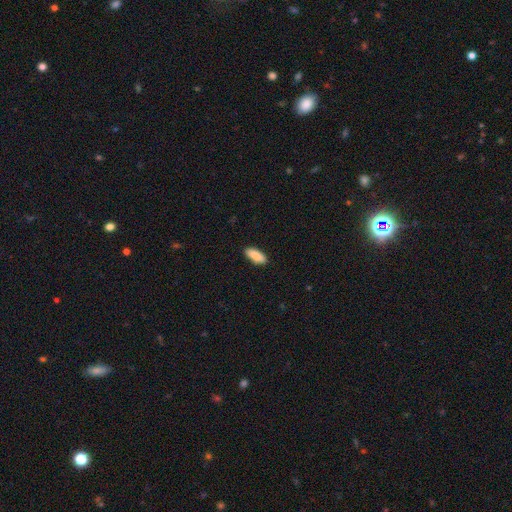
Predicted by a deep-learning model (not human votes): Smooth or featured: smooth — 87% (featured or disk — 8%)
How rounded: in between — 83% (cigar-shaped — 16%)
Merging: none — 89% (minor disturbance — 8%)